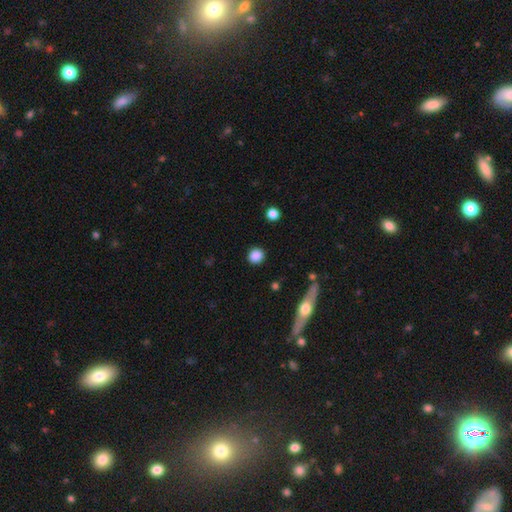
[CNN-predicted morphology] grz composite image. It shows a smooth galaxy with no disk features (86%) that is round (86%). Merging: none (88%).